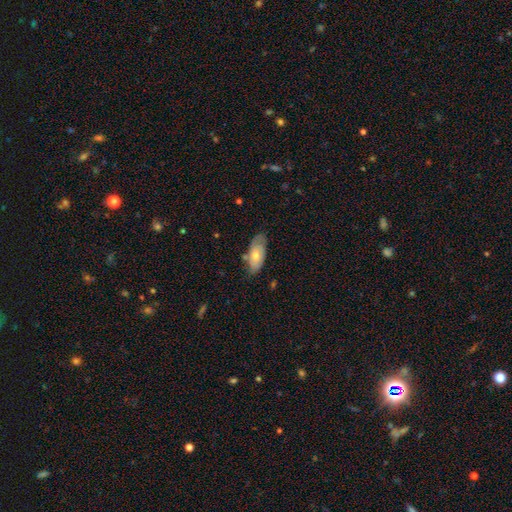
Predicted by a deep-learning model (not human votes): smooth 58%, featured or disk 36%, star or artifact 6%. Down the decision tree: how rounded — in between (88%); merging — none (64%).